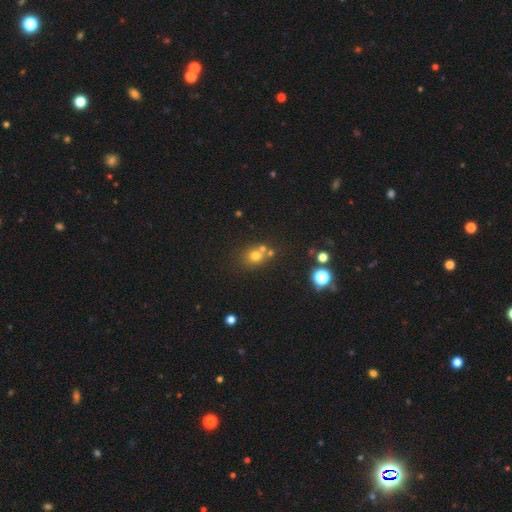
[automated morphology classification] Overall: smooth (70%). How rounded: round (77%). Merging: none (56%; merger 29%).